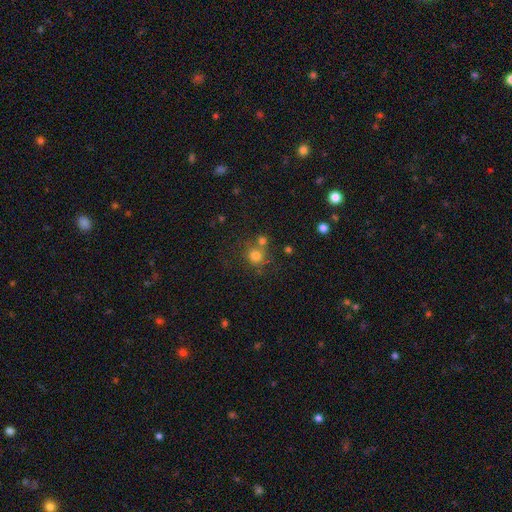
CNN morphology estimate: A smooth galaxy with no disk features (76%) that is round (87%).

Vote fractions:
- Smooth or featured? smooth: 76% / star or artifact: 14% / featured or disk: 10%
- How rounded? round: 87% / in between: 12% / cigar-shaped: 1%
- Merging? none: 56% / merger: 28% / minor disturbance: 11% / major disturbance: 5%